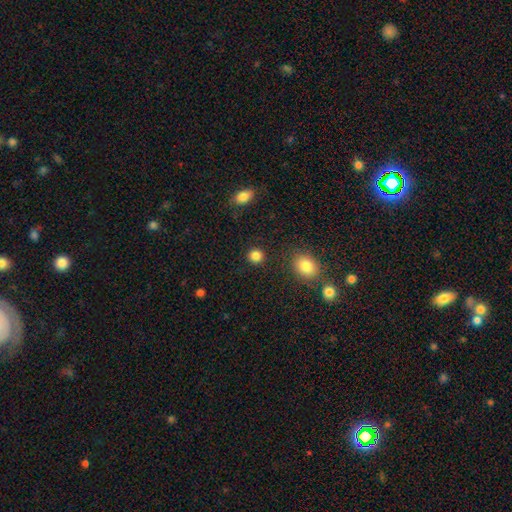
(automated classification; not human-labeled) smooth-or-featured: smooth: 86% | star or artifact: 11% | featured or disk: 3%
  how-rounded: round: 89% | in between: 10% | cigar-shaped: 1%
  merging: none: 89% | minor disturbance: 6% | major disturbance: 2% | merger: 2%